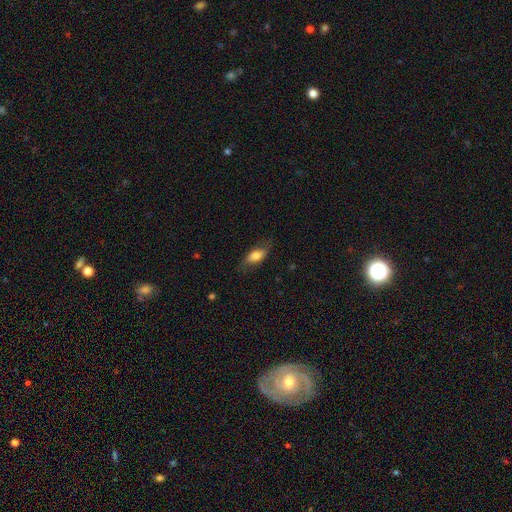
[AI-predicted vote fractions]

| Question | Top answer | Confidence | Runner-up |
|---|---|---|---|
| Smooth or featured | smooth | 66% | featured or disk (27%) |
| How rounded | in between | 78% | cigar-shaped (17%) |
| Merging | none | 70% | minor disturbance (21%) |